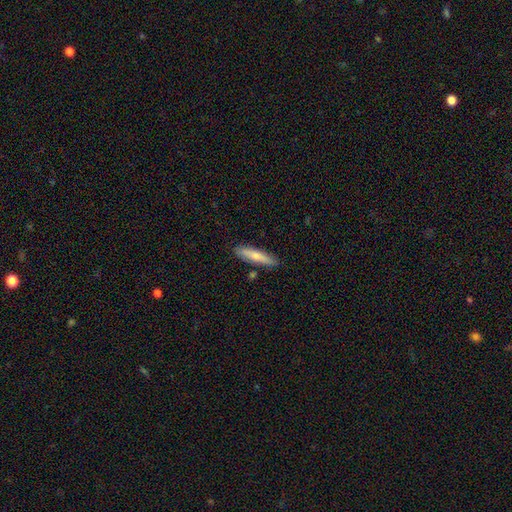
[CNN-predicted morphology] type=smooth (72%); roundness=cigar-shaped (82%); merging=none (82%).